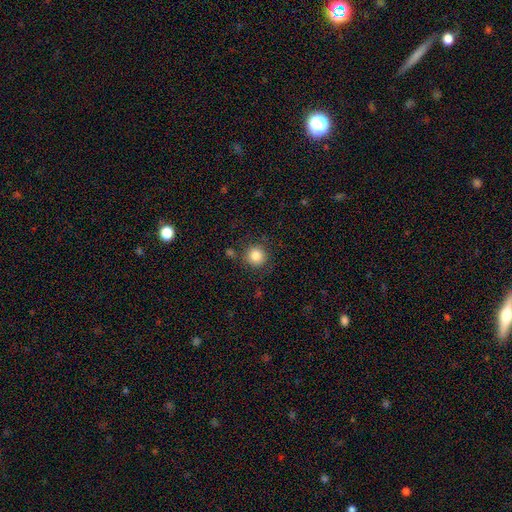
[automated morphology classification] The model was most divided on "smooth or featured": smooth: 84%, star or artifact: 10%, featured or disk: 6%. More confident: how rounded — round (93%); merging — none (84%).